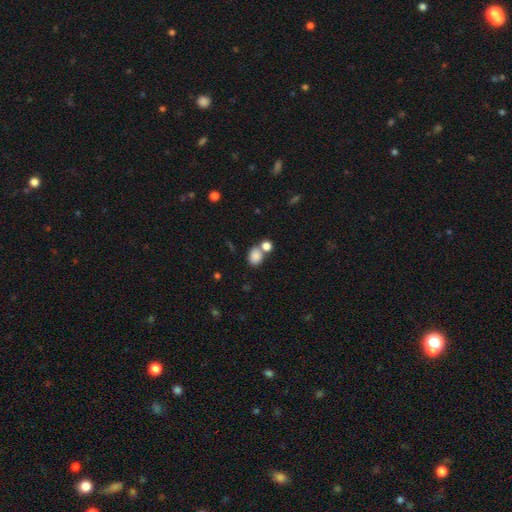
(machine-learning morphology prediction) The model was most divided on "how rounded": in between: 54%, round: 45%, cigar-shaped: 1%. Remaining: smooth or featured — smooth (84%); merging — none (49%).